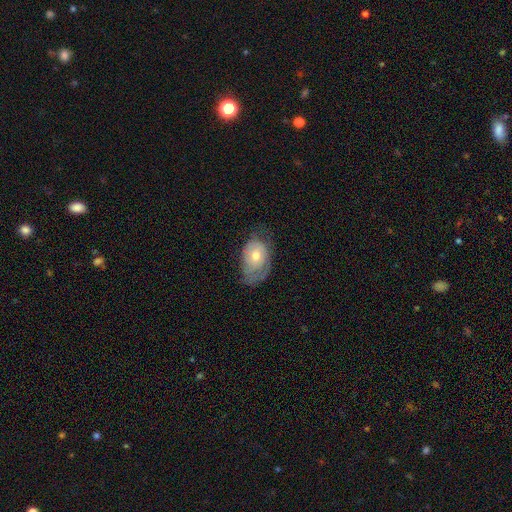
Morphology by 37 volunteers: Smooth or featured: smooth — 57% (featured or disk — 41%)
How rounded: in between — 76% (round — 24%)
Merging: major disturbance — 42% (minor disturbance — 39%)